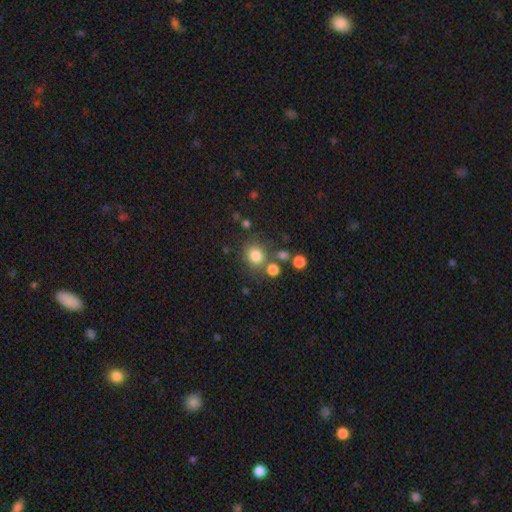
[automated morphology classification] Smooth or featured: smooth — 80% (star or artifact — 13%)
How rounded: round — 82% (in between — 17%)
Merging: none — 73% (merger — 12%)